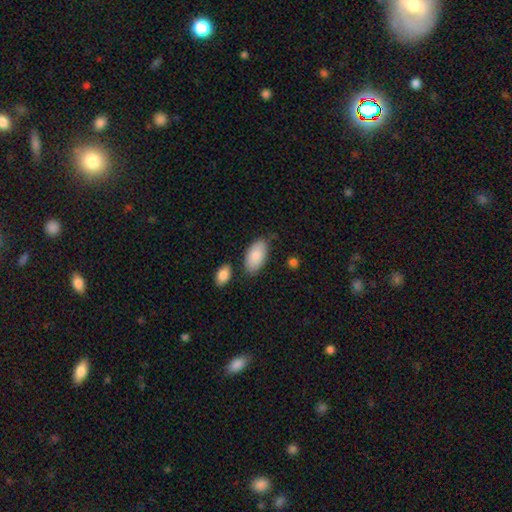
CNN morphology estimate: Smooth or featured? Predicted: smooth (p=0.85). How rounded? Predicted: in between (p=0.95). Merging? Predicted: none (p=0.75).